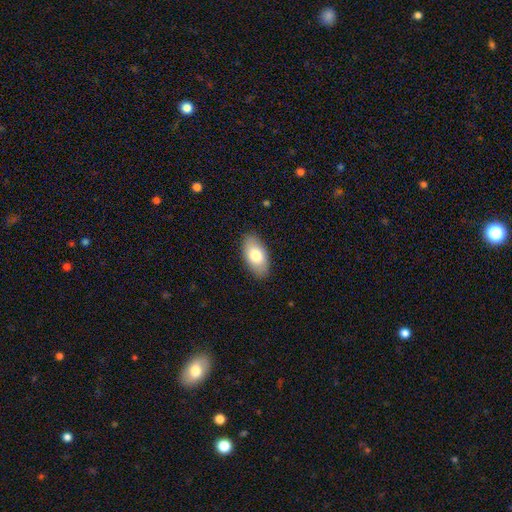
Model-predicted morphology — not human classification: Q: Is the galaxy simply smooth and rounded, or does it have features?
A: smooth — 79%.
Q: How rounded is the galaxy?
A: in between — 94%.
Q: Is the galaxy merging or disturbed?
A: none — 87%.